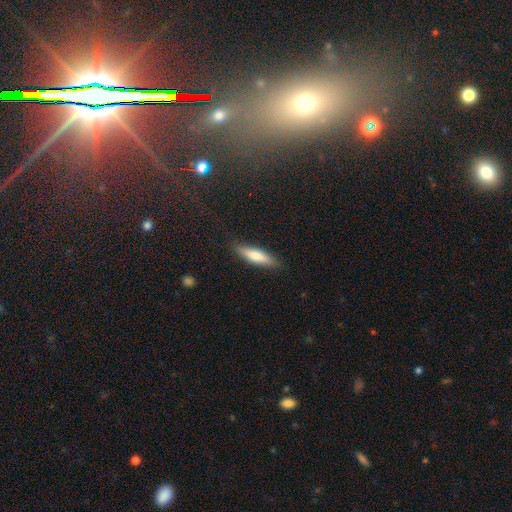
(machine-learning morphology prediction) A smooth galaxy with no disk features (70%) that is cigar-shaped (70%).

Vote fractions:
- Smooth or featured? smooth: 70% / featured or disk: 24% / star or artifact: 6%
- How rounded? cigar-shaped: 70% / in between: 28% / round: 2%
- Merging? none: 87% / minor disturbance: 10% / major disturbance: 2% / merger: 1%